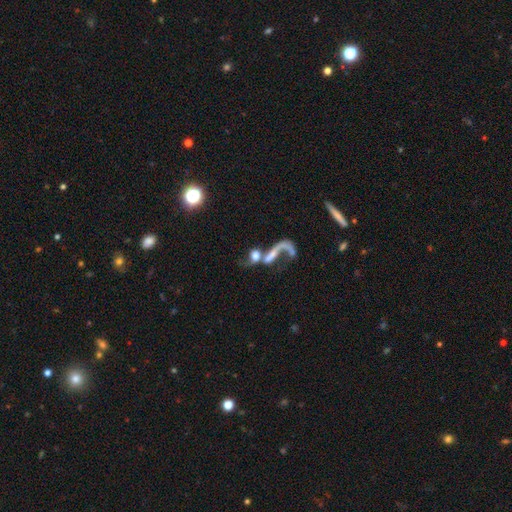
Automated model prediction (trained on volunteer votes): Smooth or featured? featured or disk (52%)
Edge-on disk? no (89%)
Merging? merger (54%)